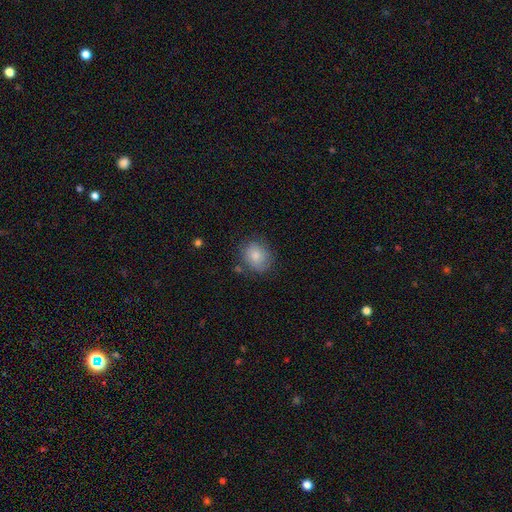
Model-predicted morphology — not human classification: A smooth galaxy with no disk features (80%) that is round (61%).

Vote fractions:
- Smooth or featured? smooth: 80% / featured or disk: 12% / star or artifact: 8%
- How rounded? round: 61% / in between: 38% / cigar-shaped: 1%
- Merging? none: 73% / minor disturbance: 19% / major disturbance: 5% / merger: 3%